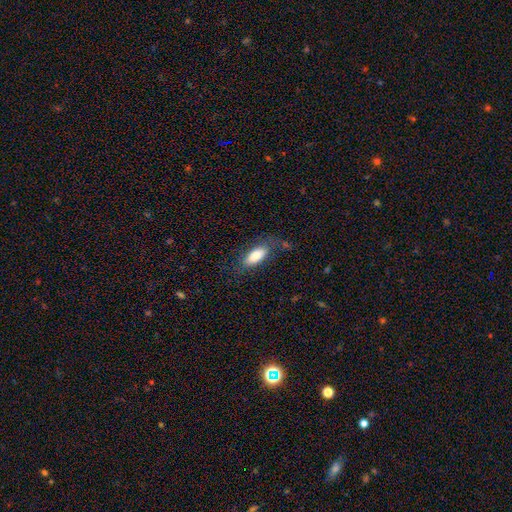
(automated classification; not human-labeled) Smooth or featured? smooth (81%)
How rounded? in between (82%)
Merging? none (70%)